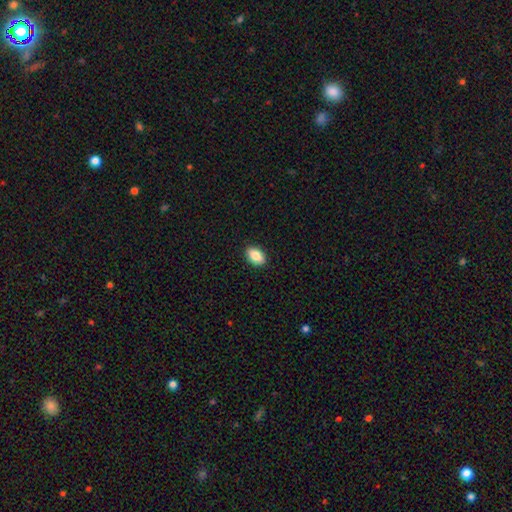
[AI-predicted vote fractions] A smooth galaxy with no disk features (86%) that is in between round and cigar-shaped (88%).

Vote fractions:
- Smooth or featured? smooth: 86% / star or artifact: 7% / featured or disk: 6%
- How rounded? in between: 88% / round: 10% / cigar-shaped: 2%
- Merging? none: 90% / minor disturbance: 7% / major disturbance: 2% / merger: 1%